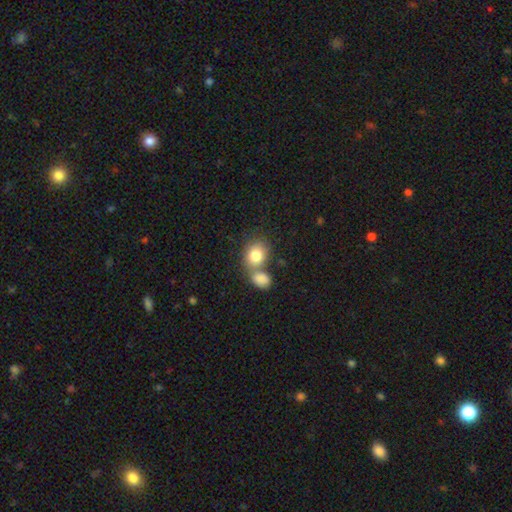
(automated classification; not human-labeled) Smooth or featured?
  - smooth: 81% *
  - featured or disk: 11%
  - star or artifact: 8%
How rounded?
  - round: 54% *
  - in between: 45%
  - cigar-shaped: 1%
Merging?
  - merger: 49% *
  - none: 37%
  - minor disturbance: 10%
  - major disturbance: 4%